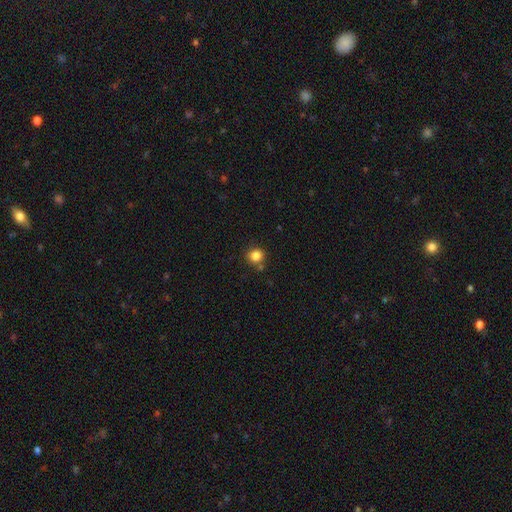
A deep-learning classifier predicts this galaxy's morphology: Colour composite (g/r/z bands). It shows a smooth galaxy with no disk features (84%) that is round (91%). Merging: none (79%).